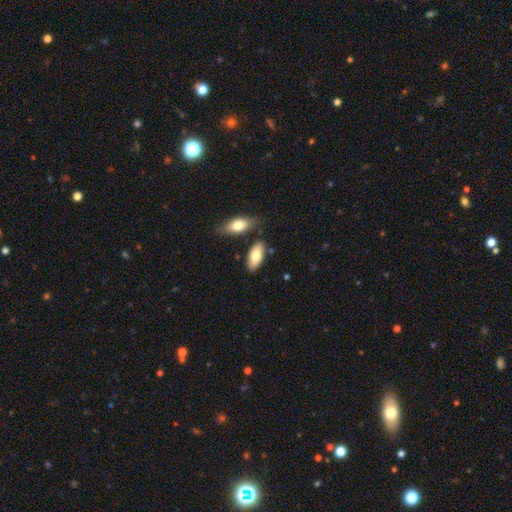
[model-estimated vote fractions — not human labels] Smooth or featured? Predicted: smooth (p=0.79). How rounded? Predicted: in between (p=0.88). Merging? Predicted: none (p=0.75).